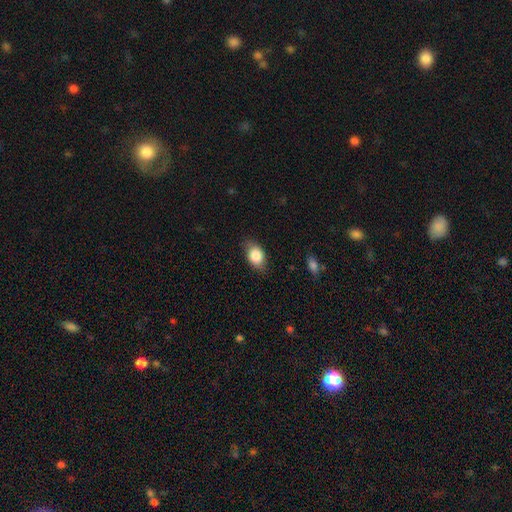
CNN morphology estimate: Smooth or featured?
  - smooth: 84% *
  - featured or disk: 8%
  - star or artifact: 7%
How rounded?
  - in between: 81% *
  - round: 17%
  - cigar-shaped: 2%
Merging?
  - none: 78% *
  - minor disturbance: 17%
  - major disturbance: 4%
  - merger: 1%